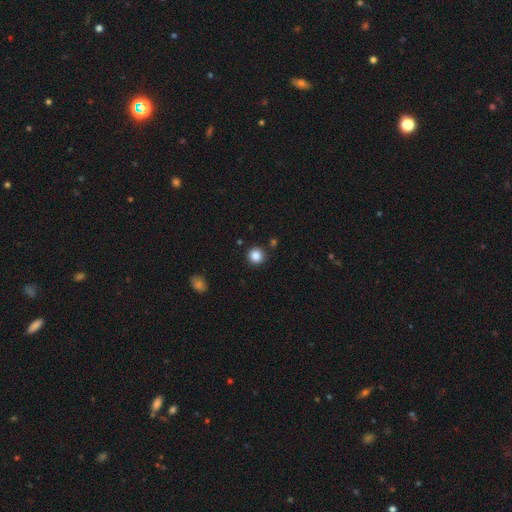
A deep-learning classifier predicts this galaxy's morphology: Smooth or featured? smooth (86%)
How rounded? round (95%)
Merging? none (89%)